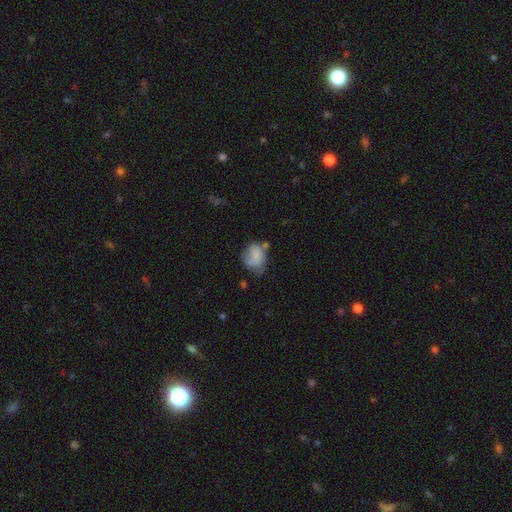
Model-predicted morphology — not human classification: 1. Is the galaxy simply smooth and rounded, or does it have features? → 73% smooth, 18% featured or disk, 9% star or artifact.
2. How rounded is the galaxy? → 51% in between, 48% round, 1% cigar-shaped.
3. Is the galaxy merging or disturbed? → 42% none, 31% minor disturbance, 17% major disturbance, 9% merger.